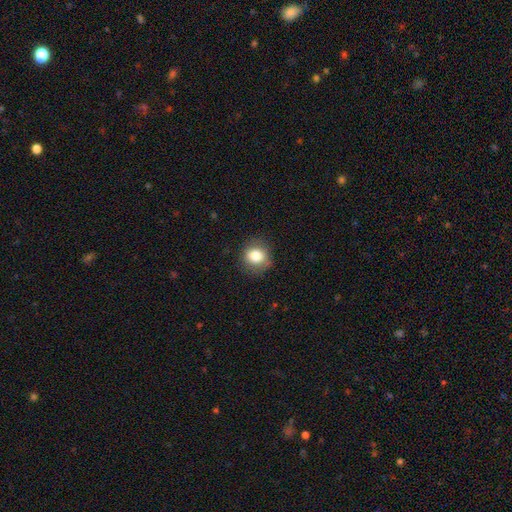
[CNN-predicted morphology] Smooth or featured: smooth — 79% (featured or disk — 11%)
How rounded: round — 80% (in between — 19%)
Merging: none — 81% (minor disturbance — 14%)